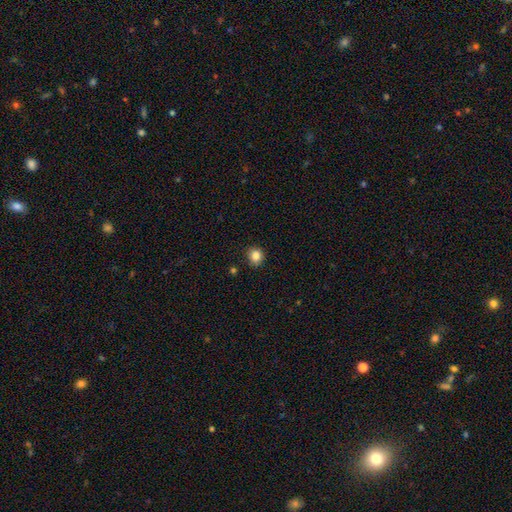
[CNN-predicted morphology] Smooth or featured? Predicted: smooth (p=0.85). How rounded? Predicted: round (p=0.82). Merging? Predicted: none (p=0.87).